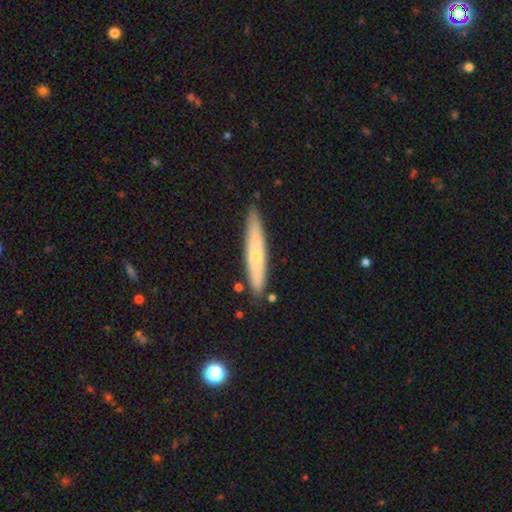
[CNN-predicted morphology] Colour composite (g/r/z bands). It shows a smooth galaxy with no disk features (56%) that is cigar-shaped (92%). Merging: none (86%).